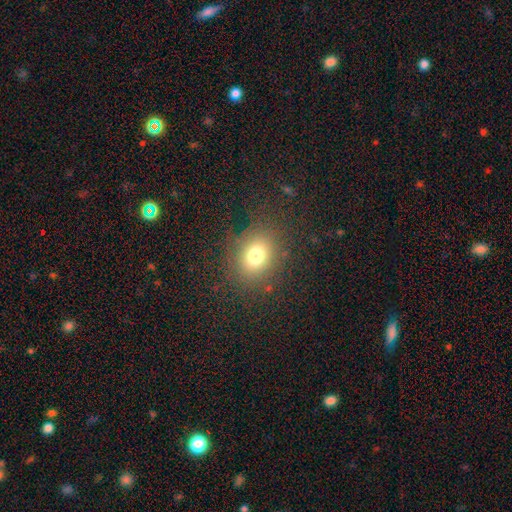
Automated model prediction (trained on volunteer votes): smooth 73%, star or artifact 16%, featured or disk 11%. Down the decision tree: how rounded — round (64%); merging — none (83%).